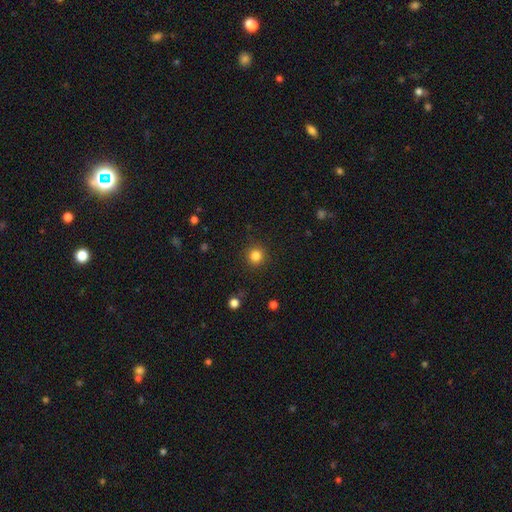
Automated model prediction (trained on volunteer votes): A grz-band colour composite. It shows a smooth galaxy with no disk features (83%) that is round (94%). Merging: none (90%).